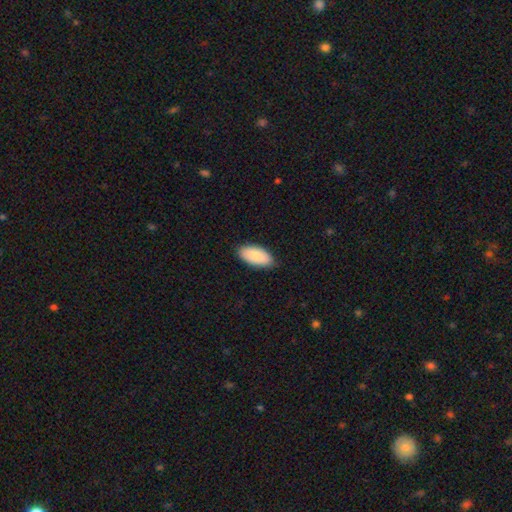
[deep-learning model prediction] Smooth or featured? Predicted: smooth (p=0.86). How rounded? Predicted: in between (p=0.94). Merging? Predicted: none (p=0.82).